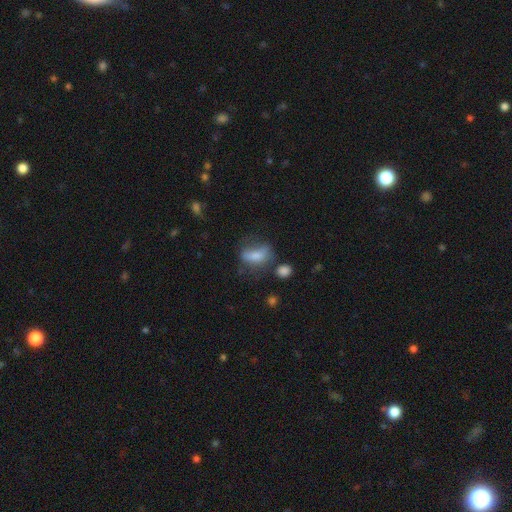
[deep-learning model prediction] Smooth or featured: smooth — 62% (featured or disk — 26%)
How rounded: in between — 72% (round — 14%)
Merging: none — 47% (minor disturbance — 27%)